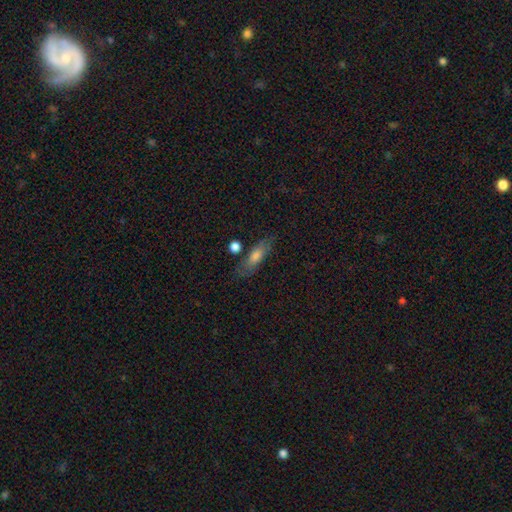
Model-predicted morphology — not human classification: Smooth or featured? Predicted: smooth (p=0.62). How rounded? Predicted: cigar-shaped (p=0.49). Merging? Predicted: none (p=0.76).